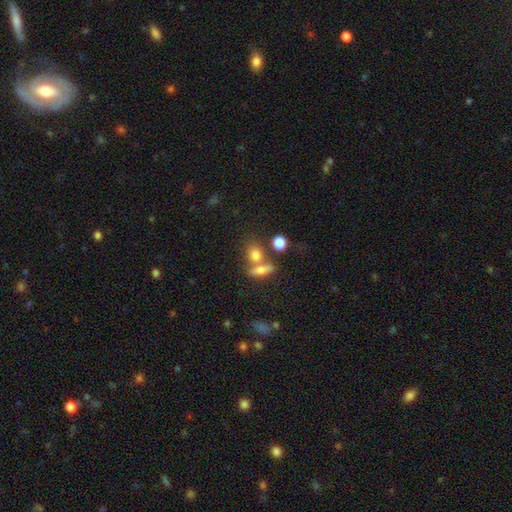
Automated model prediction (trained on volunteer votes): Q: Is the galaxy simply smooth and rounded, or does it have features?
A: smooth — 74%.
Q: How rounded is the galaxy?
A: round — 48%.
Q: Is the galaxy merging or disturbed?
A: none — 50%.